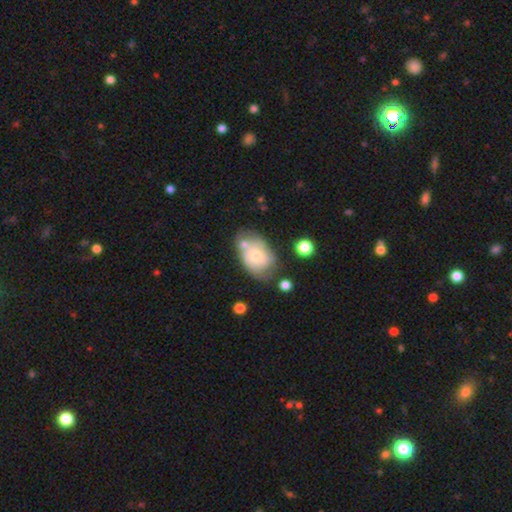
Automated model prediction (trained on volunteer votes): This appears to be a smooth galaxy with no disk features (58%) that is in between round and cigar-shaped (80%). Merging: none (43%).